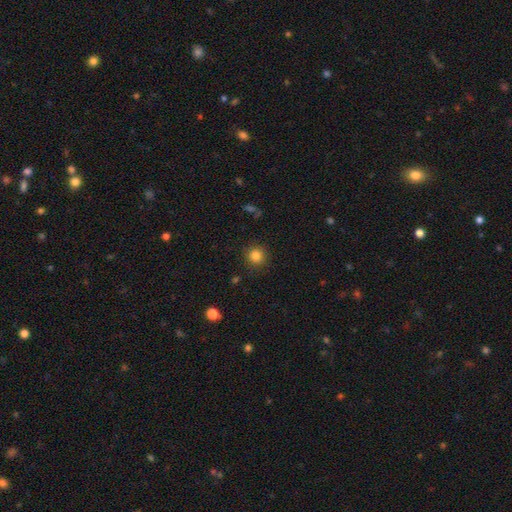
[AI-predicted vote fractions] Smooth or featured?
  - smooth: 83% *
  - star or artifact: 12%
  - featured or disk: 5%
How rounded?
  - round: 93% *
  - in between: 7%
  - cigar-shaped: 1%
Merging?
  - none: 89% *
  - minor disturbance: 7%
  - major disturbance: 2%
  - merger: 1%